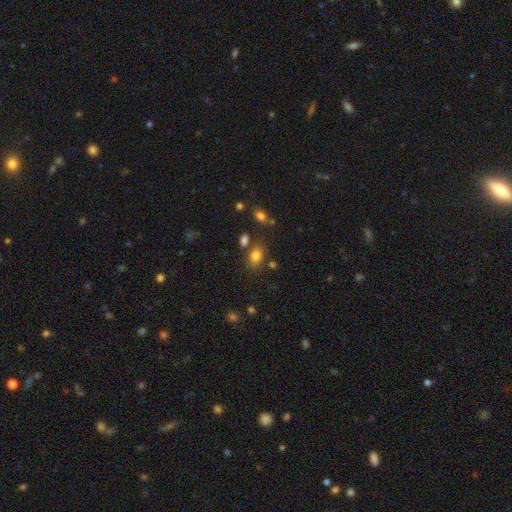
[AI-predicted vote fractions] smooth 80%, star or artifact 12%, featured or disk 8%. Down the decision tree: how rounded — in between (75%); merging — none (70%).